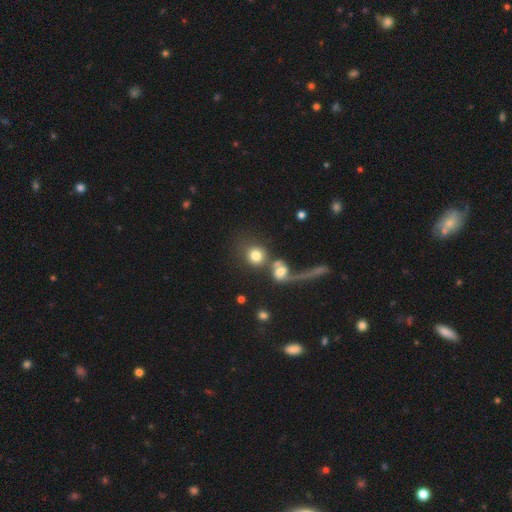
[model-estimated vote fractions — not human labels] Overall: smooth (74%). How rounded: round (84%). Merging: merger (43%; none 35%).